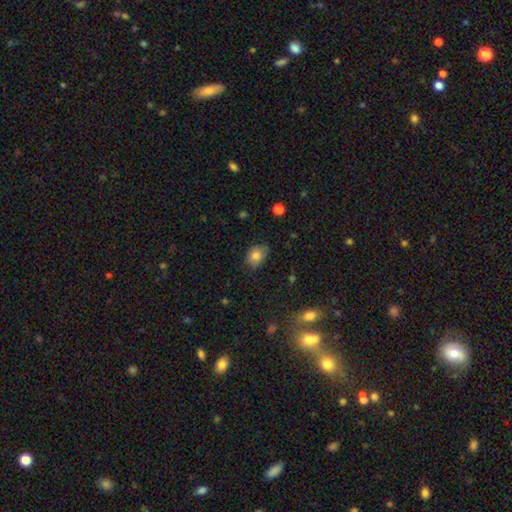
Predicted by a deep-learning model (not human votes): Q: Smooth or featured?
A: smooth (81%); runner-up: featured or disk (9%)
Q: How rounded?
A: in between (70%); runner-up: round (29%)
Q: Merging?
A: none (67%); runner-up: minor disturbance (27%)